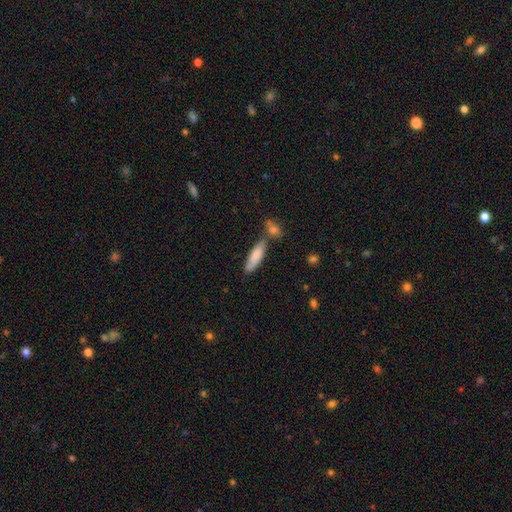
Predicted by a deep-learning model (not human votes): A smooth galaxy with no disk features (82%) that is cigar-shaped (55%). Merging: none (61%).